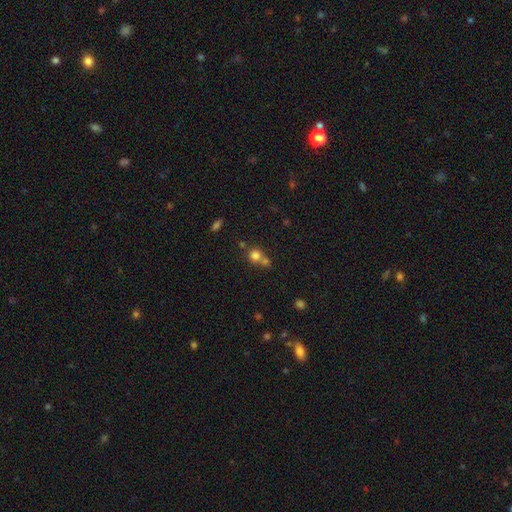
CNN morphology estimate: A smooth galaxy with no disk features (76%) that is round (85%). Merging: merger (45%).